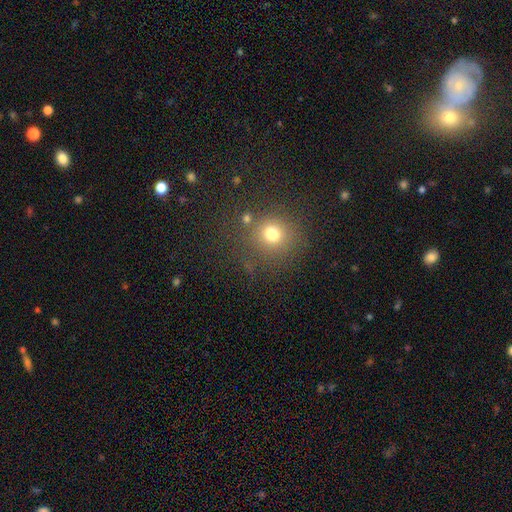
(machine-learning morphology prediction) smooth 52%, star or artifact 39%, featured or disk 9%. Down the decision tree: how rounded — round (91%); merging — none (78%).